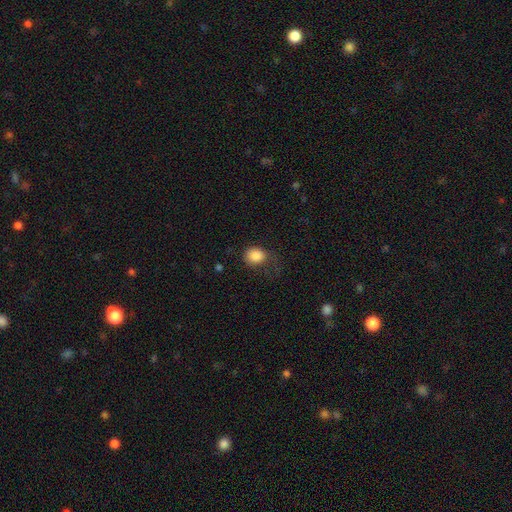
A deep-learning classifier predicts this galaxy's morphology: smooth_or_featured: smooth (p=0.85) [alt: star or artifact p=0.09]
how_rounded: round (p=0.64) [alt: in between p=0.35]
merging: none (p=0.50) [alt: minor disturbance p=0.27]